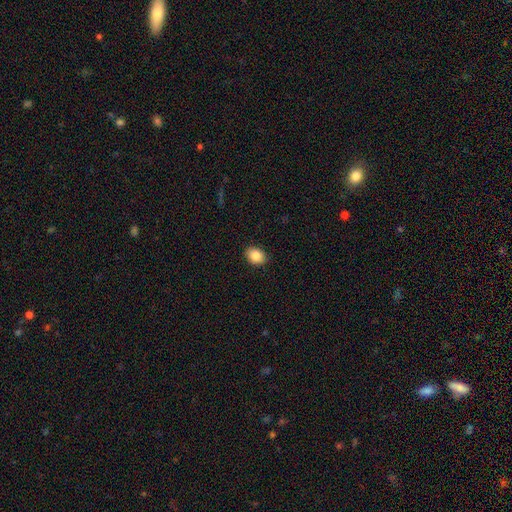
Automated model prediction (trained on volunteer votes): Morphology: type=smooth (85%); roundness=in between (67%); merging=none (89%).